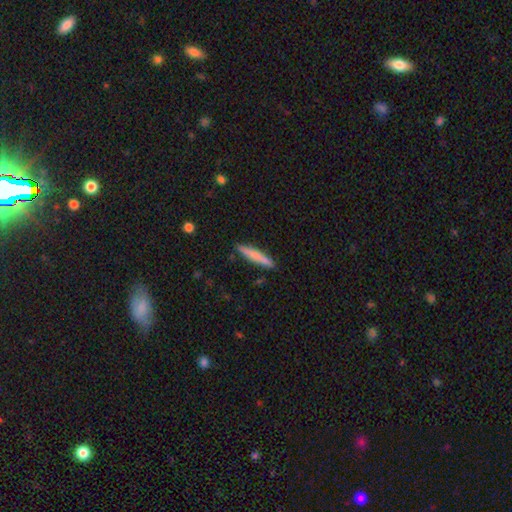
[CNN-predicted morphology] Smooth or featured? smooth (70%)
How rounded? cigar-shaped (93%)
Merging? none (88%)